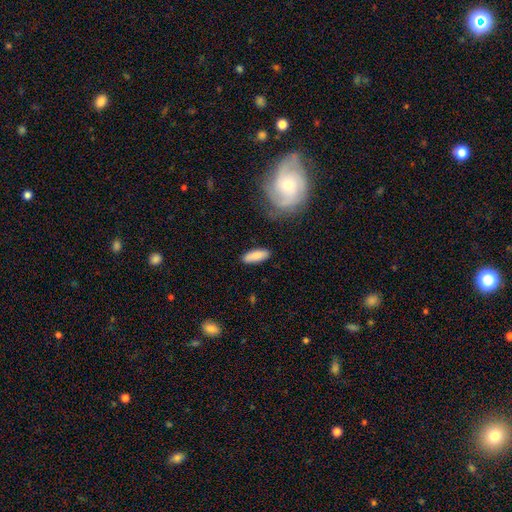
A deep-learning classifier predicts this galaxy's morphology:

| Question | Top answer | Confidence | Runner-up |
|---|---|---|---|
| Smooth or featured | smooth | 85% | featured or disk (9%) |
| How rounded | in between | 69% | cigar-shaped (29%) |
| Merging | none | 84% | minor disturbance (11%) |